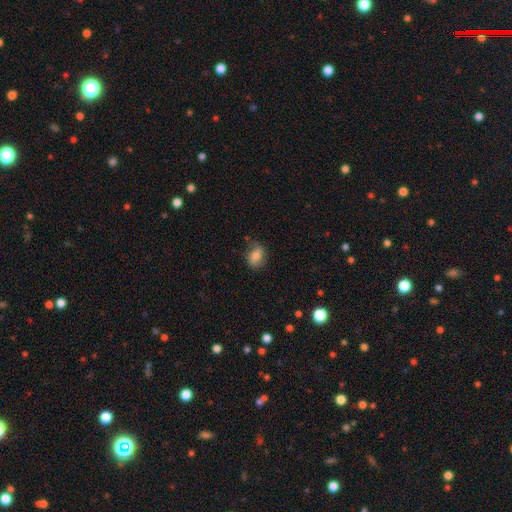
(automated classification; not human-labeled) Overall: smooth (70%). How rounded: in between (67%; round 31%). Merging: none (64%; minor disturbance 26%).